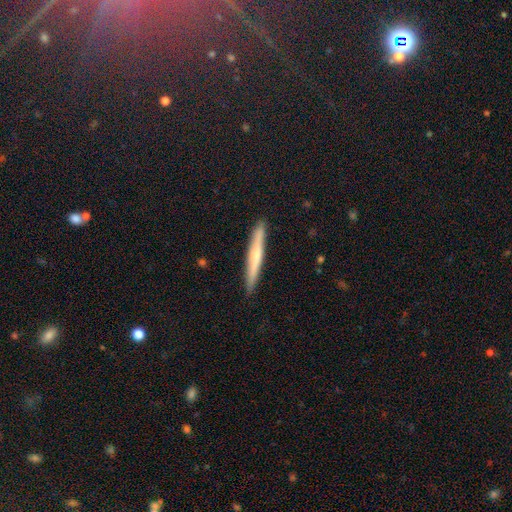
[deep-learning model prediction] Q: Smooth or featured?
A: smooth (51%); runner-up: featured or disk (44%)
Q: How rounded?
A: cigar-shaped (96%); runner-up: in between (3%)
Q: Merging?
A: none (91%); runner-up: minor disturbance (7%)